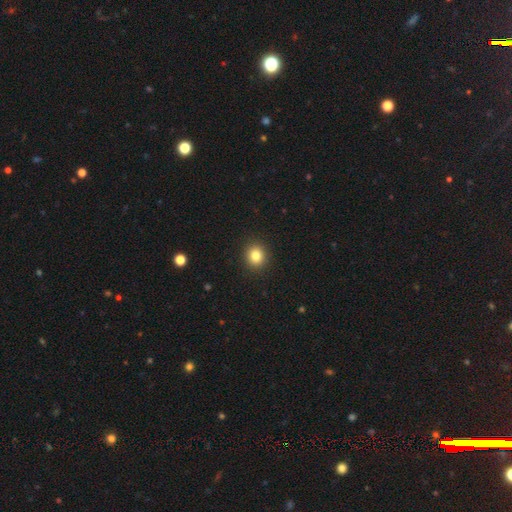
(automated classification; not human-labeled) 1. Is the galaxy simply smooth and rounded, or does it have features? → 83% smooth, 11% star or artifact, 6% featured or disk.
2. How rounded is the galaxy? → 82% round, 18% in between, 1% cigar-shaped.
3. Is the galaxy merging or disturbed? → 92% none, 5% minor disturbance, 2% major disturbance, 1% merger.